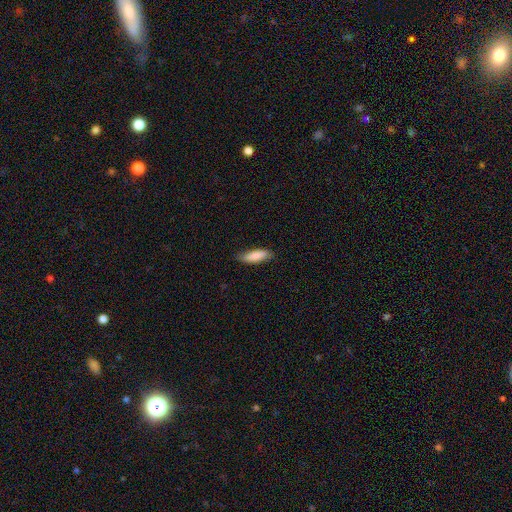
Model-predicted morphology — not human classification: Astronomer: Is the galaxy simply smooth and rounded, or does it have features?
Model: smooth — 85%.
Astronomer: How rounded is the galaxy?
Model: in between — 50% (runner-up: cigar-shaped, 49%).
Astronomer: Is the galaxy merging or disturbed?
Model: none — 80%.